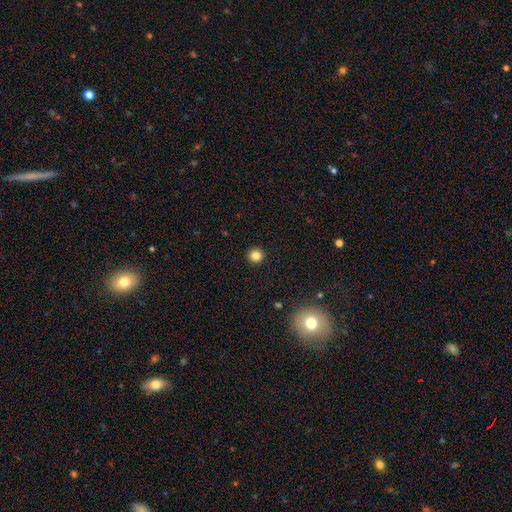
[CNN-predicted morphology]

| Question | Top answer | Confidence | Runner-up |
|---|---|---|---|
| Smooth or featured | smooth | 82% | star or artifact (12%) |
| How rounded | round | 95% | in between (4%) |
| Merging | none | 93% | minor disturbance (4%) |